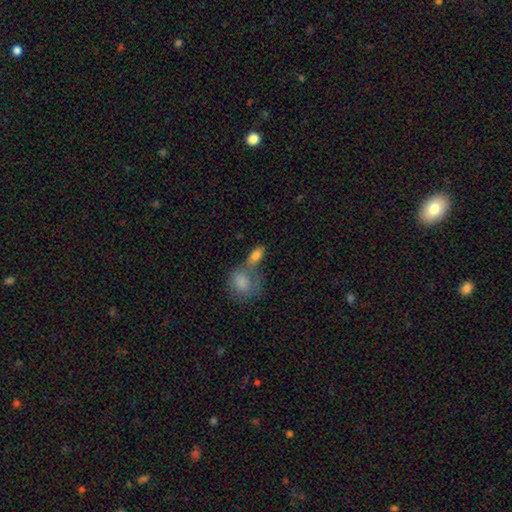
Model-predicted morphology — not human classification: Q: Smooth or featured?
A: smooth (80%); runner-up: featured or disk (11%)
Q: How rounded?
A: in between (80%); runner-up: round (12%)
Q: Merging?
A: merger (43%); runner-up: none (39%)